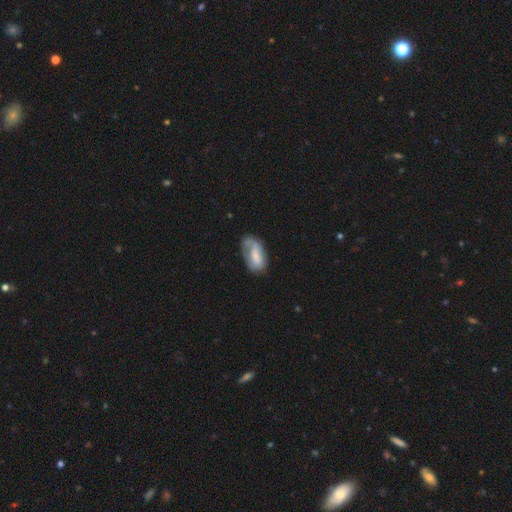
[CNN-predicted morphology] smooth-or-featured: smooth: 54% | featured or disk: 39% | star or artifact: 7%
  how-rounded: in between: 91% | cigar-shaped: 5% | round: 4%
  merging: none: 44% | minor disturbance: 31% | major disturbance: 20% | merger: 5%